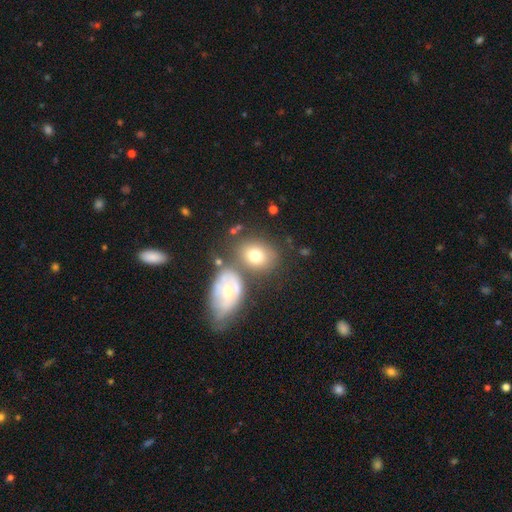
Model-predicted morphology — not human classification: The model was most divided on "merging": none: 48%, merger: 30%, minor disturbance: 16%, major disturbance: 7%. More confident: smooth or featured — smooth (64%); how rounded — in between (62%).